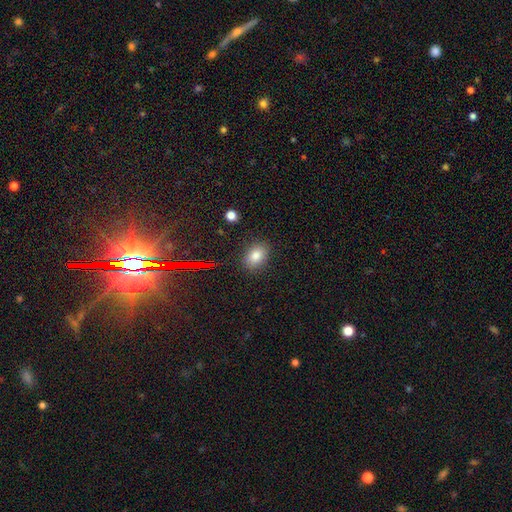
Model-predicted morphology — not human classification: smooth 79%, star or artifact 13%, featured or disk 8%. Down the decision tree: how rounded — in between (73%); merging — none (86%).